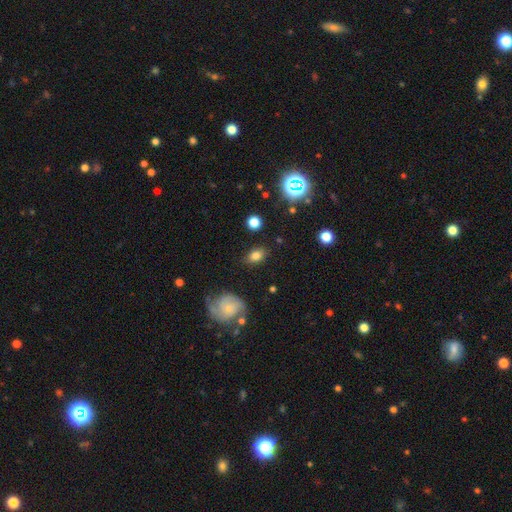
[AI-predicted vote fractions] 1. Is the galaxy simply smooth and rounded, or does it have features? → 75% smooth, 15% featured or disk, 11% star or artifact.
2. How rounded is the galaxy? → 79% in between, 19% round, 2% cigar-shaped.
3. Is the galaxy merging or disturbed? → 81% none, 13% minor disturbance, 4% major disturbance, 3% merger.